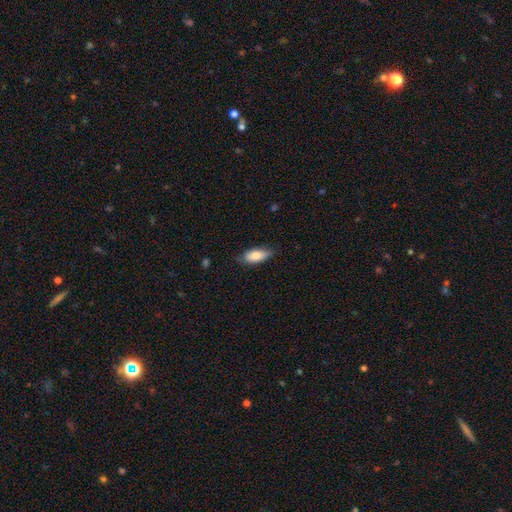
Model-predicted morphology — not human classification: This appears to be a smooth galaxy with no disk features (81%) that is in between round and cigar-shaped (83%). Merging: none (72%).